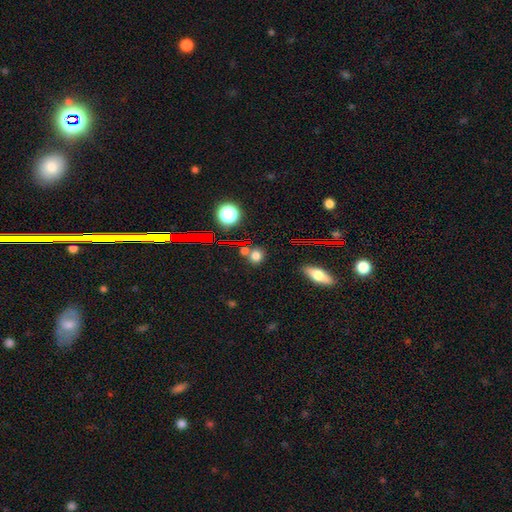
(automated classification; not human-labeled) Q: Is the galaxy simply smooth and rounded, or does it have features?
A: smooth — 71%.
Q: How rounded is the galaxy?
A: round — 79%.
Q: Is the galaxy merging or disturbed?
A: none — 78%.